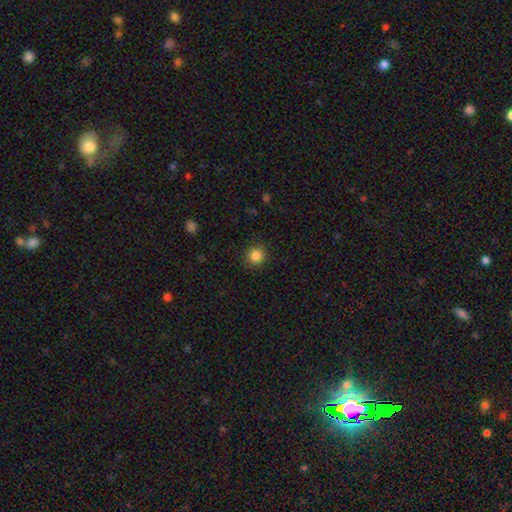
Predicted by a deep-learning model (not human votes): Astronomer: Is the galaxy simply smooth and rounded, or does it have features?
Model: smooth — 85%.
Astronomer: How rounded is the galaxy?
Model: round — 93%.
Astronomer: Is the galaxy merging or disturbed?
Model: none — 91%.